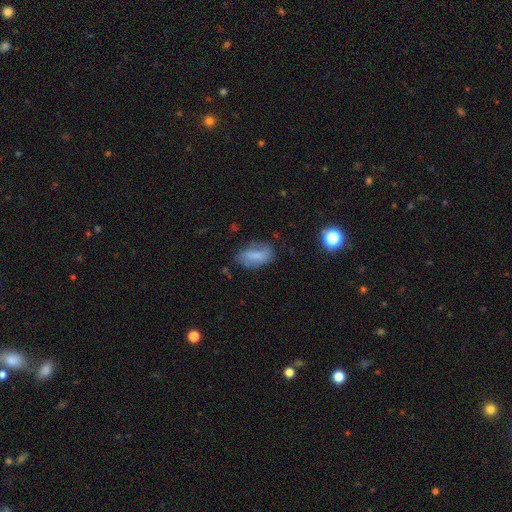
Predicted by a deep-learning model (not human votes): Smooth or featured? smooth (65%)
How rounded? in between (87%)
Merging? none (60%)